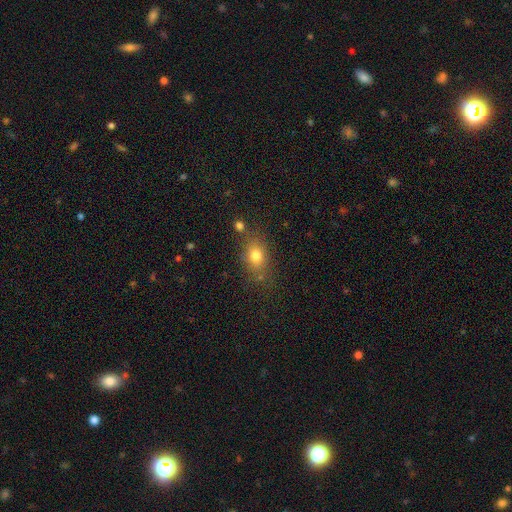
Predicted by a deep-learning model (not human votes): A smooth galaxy with no disk features (77%) that is in between round and cigar-shaped (61%).

Vote fractions:
- Smooth or featured? smooth: 77% / star or artifact: 13% / featured or disk: 10%
- How rounded? in between: 61% / round: 36% / cigar-shaped: 3%
- Merging? none: 70% / minor disturbance: 15% / merger: 9% / major disturbance: 6%